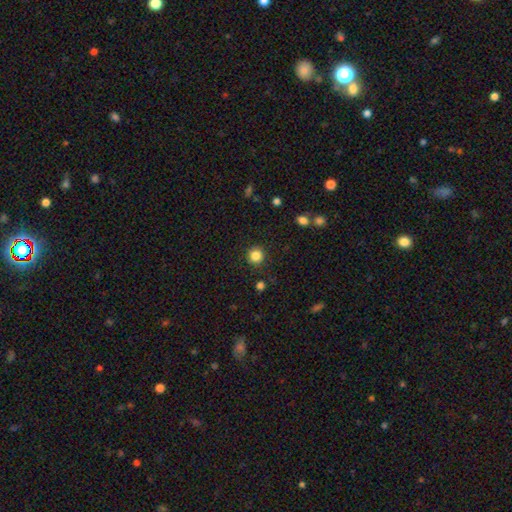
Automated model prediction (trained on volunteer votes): A smooth galaxy with no disk features (85%) that is round (94%).

Vote fractions:
- Smooth or featured? smooth: 85% / star or artifact: 11% / featured or disk: 4%
- How rounded? round: 94% / in between: 5% / cigar-shaped: 1%
- Merging? none: 90% / minor disturbance: 6% / major disturbance: 2% / merger: 1%